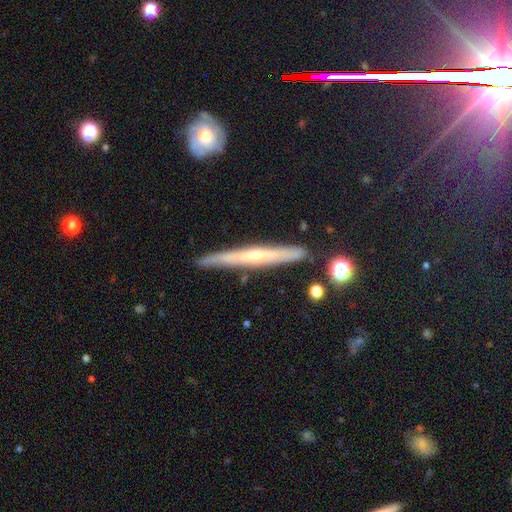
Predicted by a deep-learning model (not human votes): Overall: featured or disk (65%; smooth 26%). Edge-on disk: yes (94%). Edge-on bulge: rounded (59%; none 38%). Merging: none (86%).